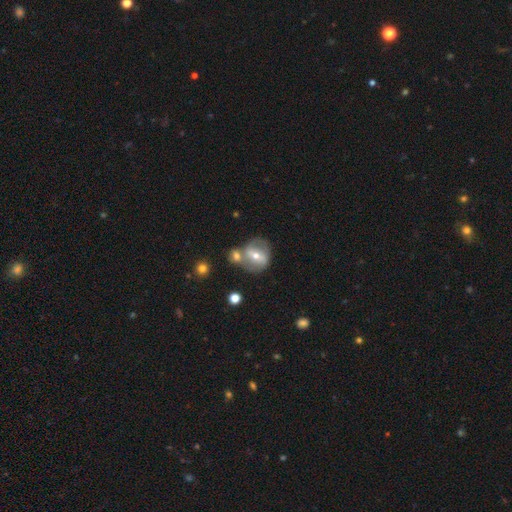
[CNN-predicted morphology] smooth_or_featured: featured or disk (p=0.56) [alt: smooth p=0.36]
disk_edge_on: no (p=0.94) [alt: yes p=0.06]
bar: strong (p=0.39) [alt: weak p=0.37]
has_spiral_arms: yes (p=0.52) [alt: no p=0.48]
bulge_size: moderate (p=0.60) [alt: small p=0.35]
merging: none (p=0.42) [alt: merger p=0.37]